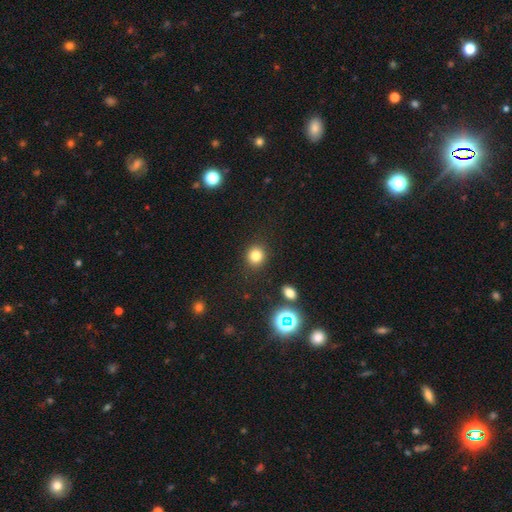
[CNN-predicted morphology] Q: Smooth or featured?
A: smooth (81%); runner-up: star or artifact (14%)
Q: How rounded?
A: round (85%); runner-up: in between (14%)
Q: Merging?
A: none (89%); runner-up: minor disturbance (7%)